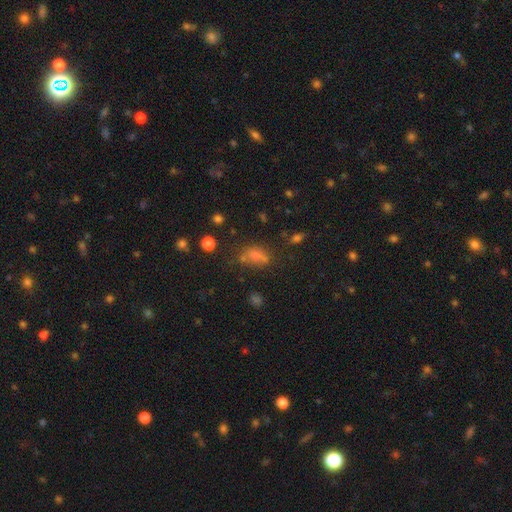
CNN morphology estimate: smooth_or_featured: smooth (p=0.64) [alt: star or artifact p=0.23]
how_rounded: in between (p=0.72) [alt: round p=0.22]
merging: none (p=0.49) [alt: minor disturbance p=0.21]